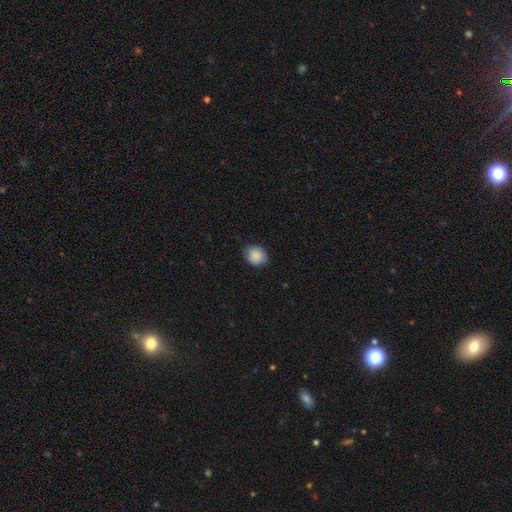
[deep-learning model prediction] A smooth galaxy with no disk features (87%) that is round (60%).

Vote fractions:
- Smooth or featured? smooth: 87% / star or artifact: 7% / featured or disk: 6%
- How rounded? round: 60% / in between: 39% / cigar-shaped: 1%
- Merging? none: 82% / minor disturbance: 15% / major disturbance: 3% / merger: 1%